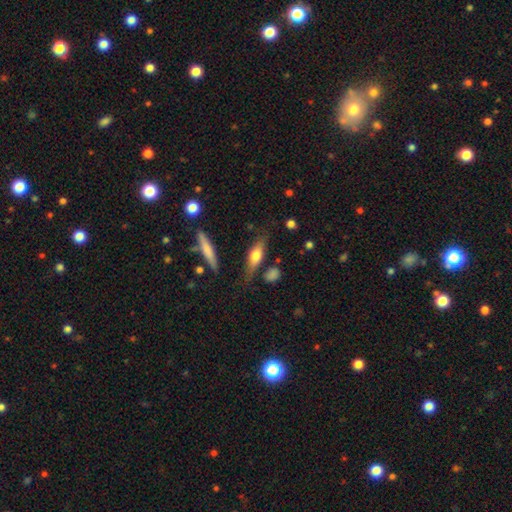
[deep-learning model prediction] smooth-or-featured: smooth: 58% | featured or disk: 35% | star or artifact: 7%
  how-rounded: cigar-shaped: 49% | in between: 46% | round: 4%
  merging: none: 72% | minor disturbance: 18% | major disturbance: 5% | merger: 5%